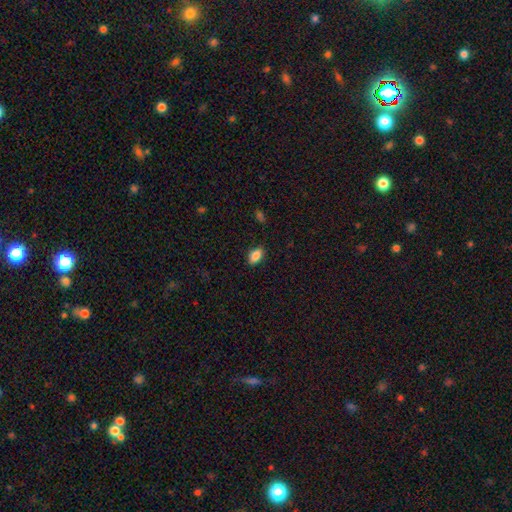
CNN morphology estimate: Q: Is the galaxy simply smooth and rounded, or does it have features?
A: smooth — 86%.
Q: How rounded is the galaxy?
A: in between — 91%.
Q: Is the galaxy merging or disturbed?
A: none — 86%.